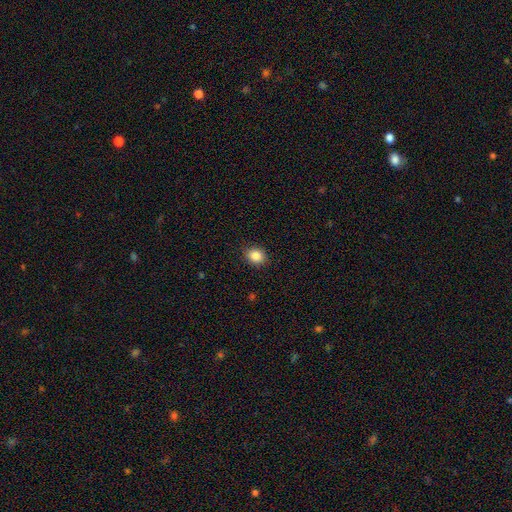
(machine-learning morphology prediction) smooth_or_featured: smooth (p=0.85) [alt: star or artifact p=0.10]
how_rounded: round (p=0.60) [alt: in between p=0.39]
merging: none (p=0.88) [alt: minor disturbance p=0.09]